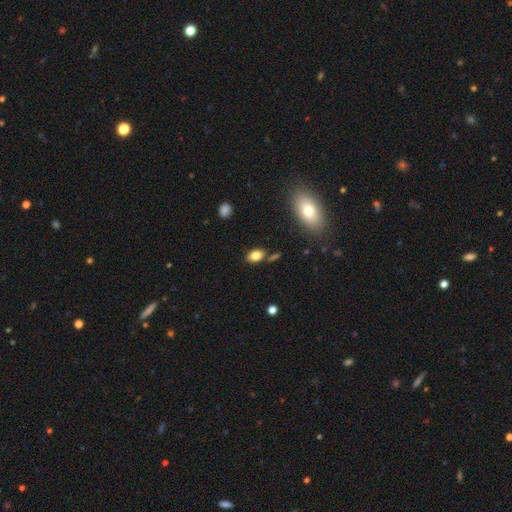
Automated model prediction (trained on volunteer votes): A smooth galaxy with no disk features (81%) that is in between round and cigar-shaped (83%). Merging: none (75%).